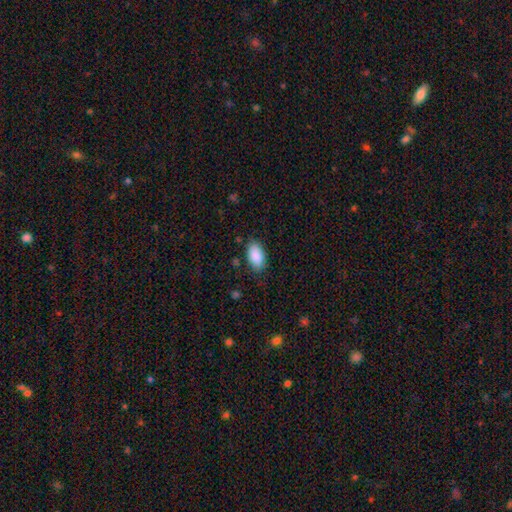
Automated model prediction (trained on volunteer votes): smooth 90%, star or artifact 6%, featured or disk 4%. Down the decision tree: how rounded — in between (94%); merging — none (83%).